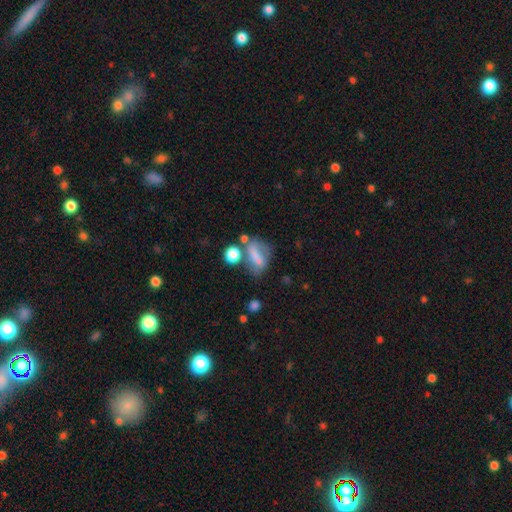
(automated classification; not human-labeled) smooth 59%, featured or disk 28%, star or artifact 13%. Down the decision tree: how rounded — in between (71%); merging — none (36%).